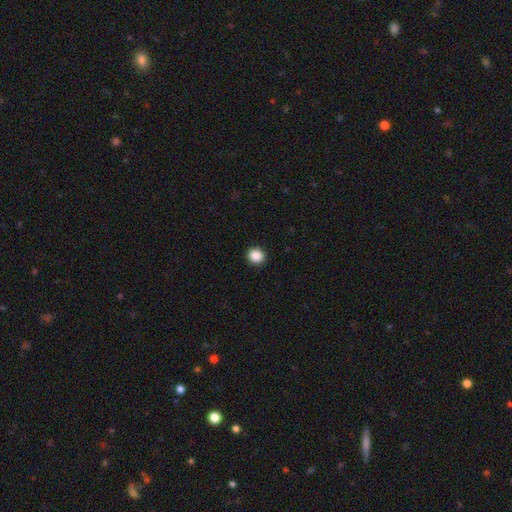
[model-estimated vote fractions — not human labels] The model was most divided on "smooth or featured": smooth: 88%, star or artifact: 10%, featured or disk: 2%. More confident: merging — none (93%); how rounded — round (90%).